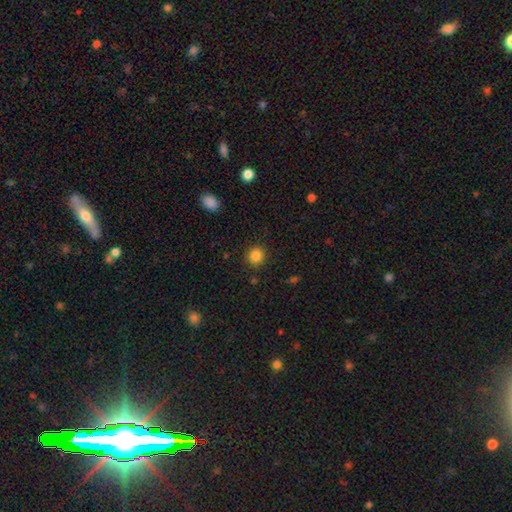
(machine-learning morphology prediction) This appears to be a smooth galaxy with no disk features (85%) that is round (87%). Merging: none (89%).